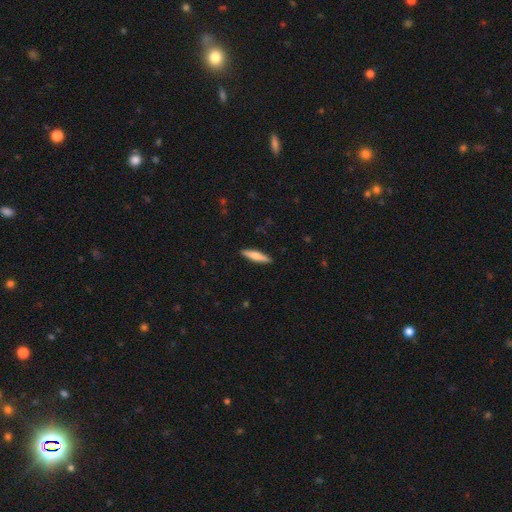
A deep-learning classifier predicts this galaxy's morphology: smooth-or-featured: smooth: 67% | featured or disk: 28% | star or artifact: 5%
  how-rounded: cigar-shaped: 82% | in between: 17% | round: 2%
  merging: none: 90% | minor disturbance: 7% | major disturbance: 2% | merger: 1%